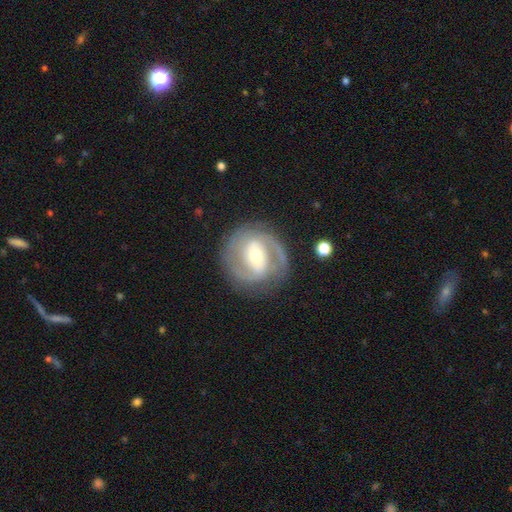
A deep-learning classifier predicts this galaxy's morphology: Smooth or featured?
  - featured or disk: 86% *
  - smooth: 9%
  - star or artifact: 5%
Edge-on disk?
  - no: 97% *
  - yes: 3%
Bar?
  - weak: 44% *
  - strong: 39%
  - no: 17%
Spiral arms?
  - yes: 94% *
  - no: 6%
Spiral winding?
  - tight: 45% *
  - medium: 44%
  - loose: 11%
Spiral arm count?
  - 2: 81% *
  - can't tell: 7%
  - 3: 6%
  - 1: 3%
  - 4: 2%
  - more than 4: 2%
Bulge size?
  - moderate: 60% *
  - small: 33%
  - large: 5%
  - none: 1%
  - dominant: 1%
Merging?
  - none: 80% *
  - minor disturbance: 12%
  - major disturbance: 6%
  - merger: 2%